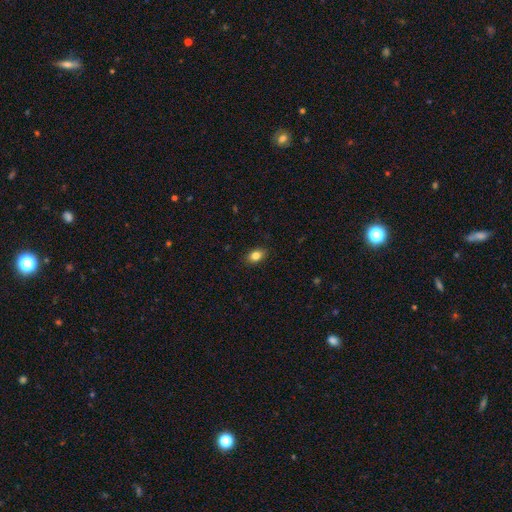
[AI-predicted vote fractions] Smooth or featured: smooth — 84% (star or artifact — 9%)
How rounded: in between — 80% (round — 18%)
Merging: none — 88% (minor disturbance — 9%)